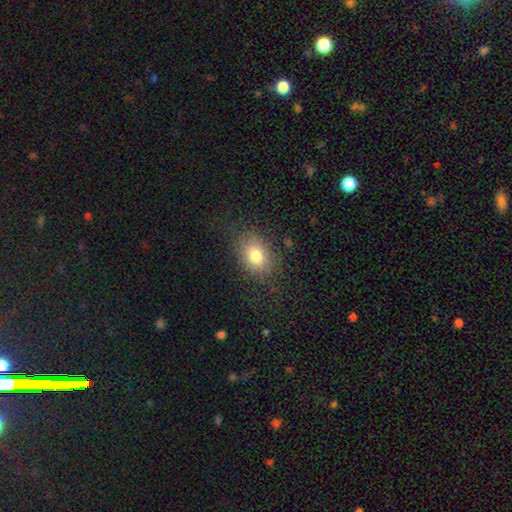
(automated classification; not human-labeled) Q: Smooth or featured?
A: smooth (79%); runner-up: featured or disk (11%)
Q: How rounded?
A: in between (70%); runner-up: round (29%)
Q: Merging?
A: none (80%); runner-up: minor disturbance (13%)